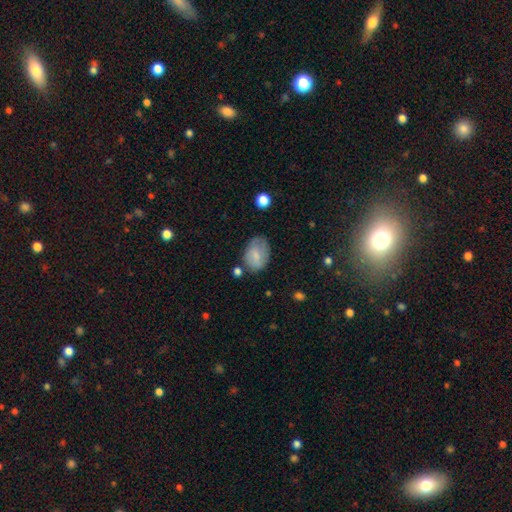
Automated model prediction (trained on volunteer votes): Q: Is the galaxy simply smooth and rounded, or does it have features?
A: smooth — 75%.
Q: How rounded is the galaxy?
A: in between — 79%.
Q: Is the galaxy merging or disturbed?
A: none — 62%.